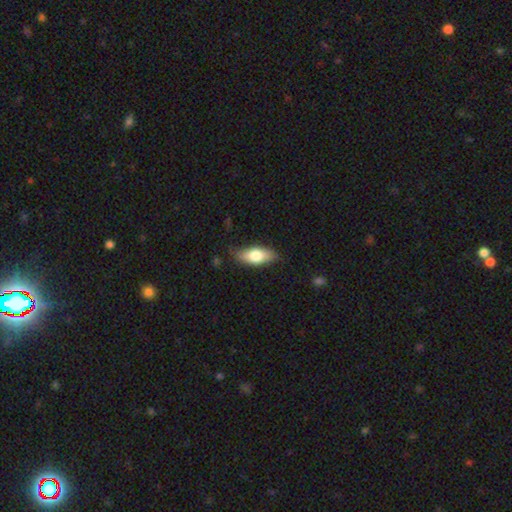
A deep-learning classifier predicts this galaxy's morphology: smooth-or-featured: smooth: 69% | featured or disk: 25% | star or artifact: 6%
  how-rounded: in between: 79% | cigar-shaped: 18% | round: 3%
  merging: none: 78% | minor disturbance: 17% | major disturbance: 3% | merger: 1%